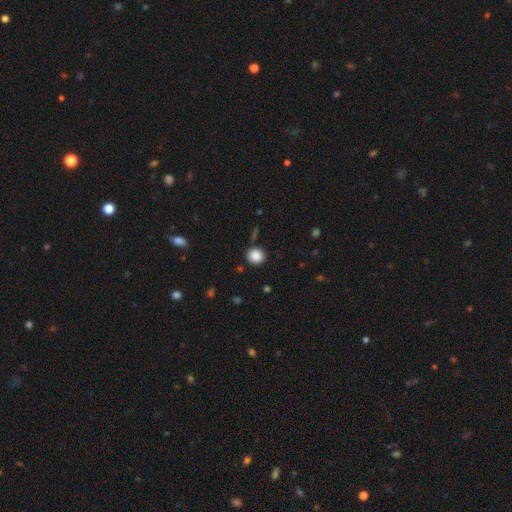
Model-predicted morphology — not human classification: A smooth galaxy with no disk features (87%) that is round (86%). Merging: none (86%).